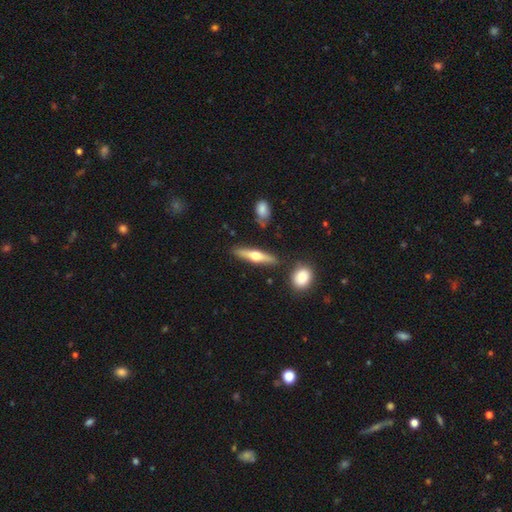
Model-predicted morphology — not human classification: A featured or disk galaxy (54%) viewed edge-on (93%) with a rounded central bulge (93%). Merging: none (83%).